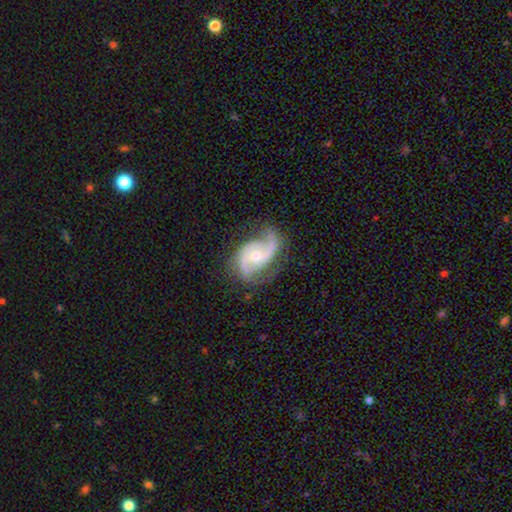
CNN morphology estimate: Smooth or featured? featured or disk (89%)
Edge-on disk? no (98%)
Bar? no (61%)
Spiral arms? yes (97%)
Spiral winding? medium (52%)
Spiral arm count? 2 (85%)
Bulge size? moderate (53%)
Merging? none (69%)